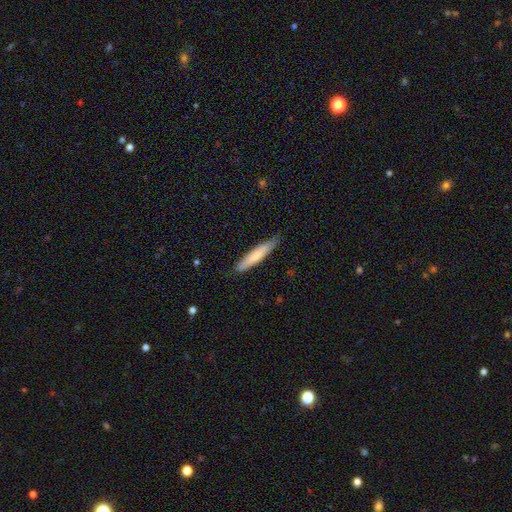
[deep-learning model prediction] smooth 70%, featured or disk 25%, star or artifact 5%. Down the decision tree: how rounded — cigar-shaped (87%); merging — none (79%).